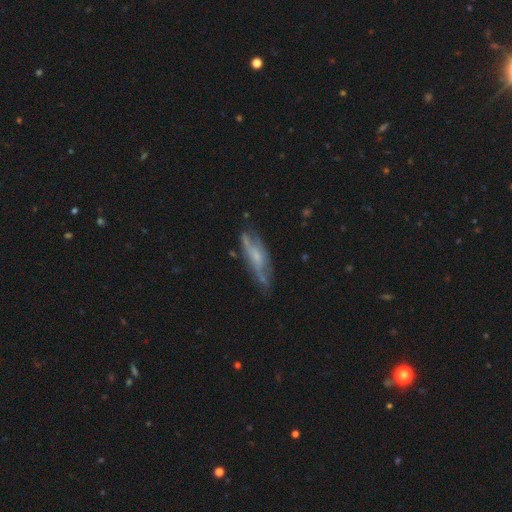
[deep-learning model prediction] Smooth or featured? featured or disk (58%)
Edge-on disk? no (58%)
Merging? none (58%)